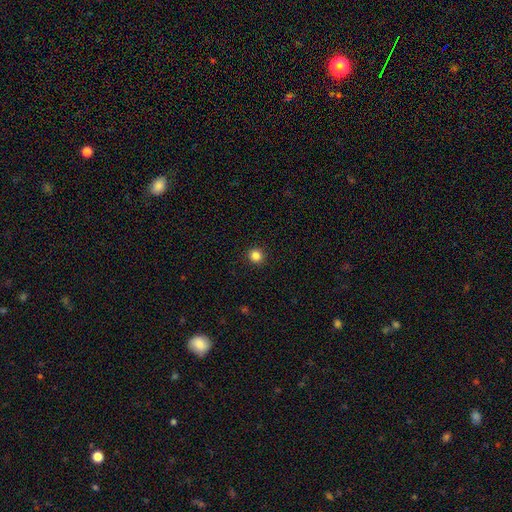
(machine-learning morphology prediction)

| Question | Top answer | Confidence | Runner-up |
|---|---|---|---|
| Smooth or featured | smooth | 84% | star or artifact (12%) |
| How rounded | round | 92% | in between (7%) |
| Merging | none | 93% | minor disturbance (5%) |